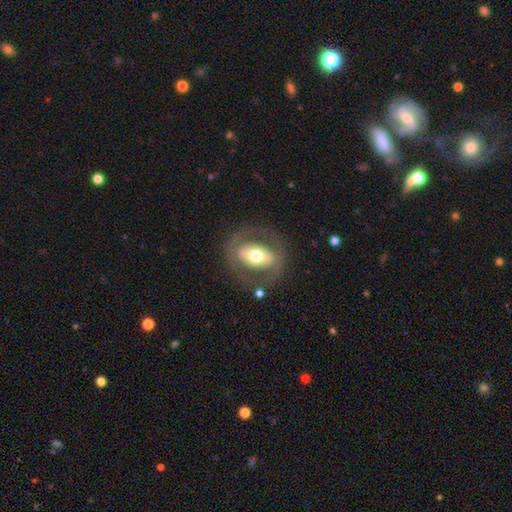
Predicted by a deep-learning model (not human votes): A featured or disk galaxy (56%) with no bar (42%), no spiral arms (80%) and a moderate central bulge (62%).

Vote fractions:
- Smooth or featured? featured or disk: 56% / smooth: 38% / star or artifact: 6%
- Edge-on disk? no: 91% / yes: 9%
- Bar? no: 42% / strong: 35% / weak: 22%
- Spiral arms? no: 80% / yes: 20%
- Bulge size? moderate: 62% / large: 26% / small: 8% / dominant: 3% / none: 1%
- Merging? none: 74% / minor disturbance: 13% / major disturbance: 11% / merger: 2%